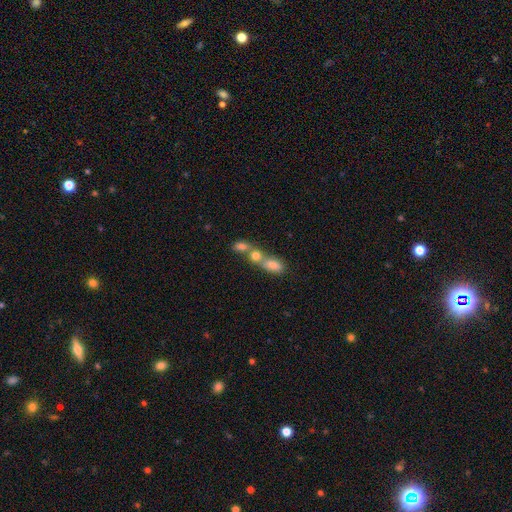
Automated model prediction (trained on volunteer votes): The model was most divided on "merging": merger: 54%, none: 32%, minor disturbance: 8%, major disturbance: 6%. More confident: smooth or featured — smooth (56%); how rounded — in between (53%).